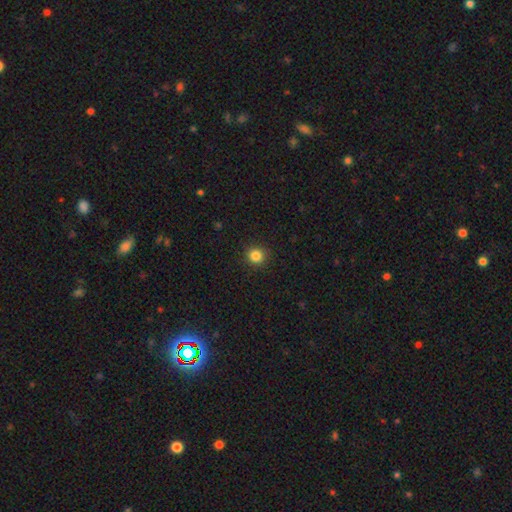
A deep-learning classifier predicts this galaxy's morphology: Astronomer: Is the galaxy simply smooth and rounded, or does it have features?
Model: smooth — 84%.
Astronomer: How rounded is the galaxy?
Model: round — 93%.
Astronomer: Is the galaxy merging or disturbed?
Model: none — 92%.